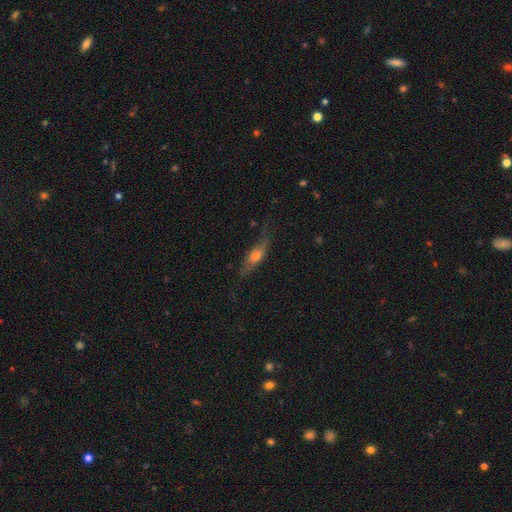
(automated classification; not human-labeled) Q: Smooth or featured?
A: smooth (47%); runner-up: featured or disk (45%)
Q: Merging?
A: none (61%); runner-up: minor disturbance (25%)